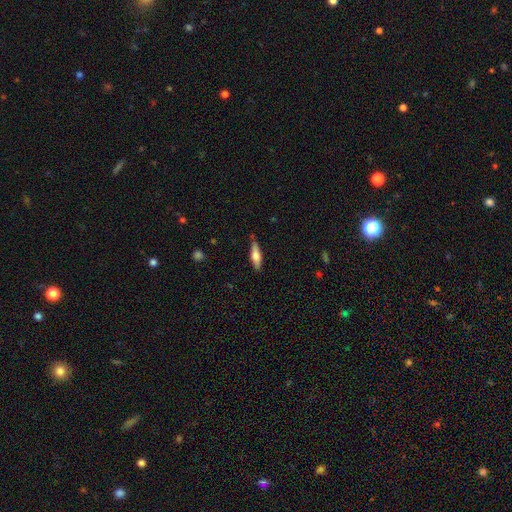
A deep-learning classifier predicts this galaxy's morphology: A smooth galaxy with no disk features (60%) that is cigar-shaped (58%).

Vote fractions:
- Smooth or featured? smooth: 60% / featured or disk: 34% / star or artifact: 6%
- How rounded? cigar-shaped: 58% / in between: 40% / round: 2%
- Merging? none: 82% / minor disturbance: 14% / major disturbance: 3% / merger: 2%